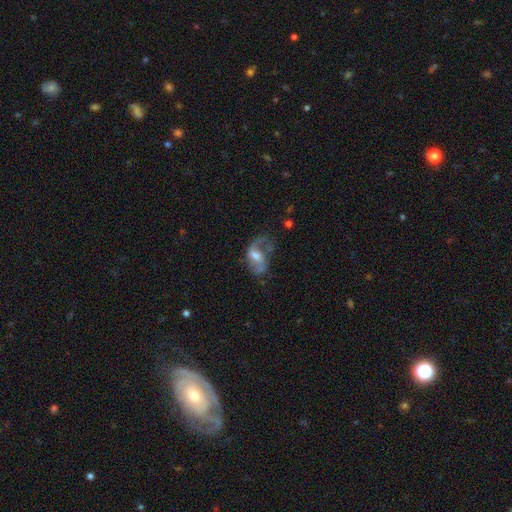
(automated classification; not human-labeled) Q: Smooth or featured?
A: featured or disk (71%); runner-up: smooth (22%)
Q: Edge-on disk?
A: no (96%); runner-up: yes (4%)
Q: Bar?
A: weak (50%); runner-up: no (32%)
Q: Spiral arms?
A: yes (82%); runner-up: no (18%)
Q: Spiral winding?
A: loose (57%); runner-up: medium (34%)
Q: Spiral arm count?
A: 2 (68%); runner-up: 1 (20%)
Q: Bulge size?
A: moderate (53%); runner-up: small (26%)
Q: Merging?
A: none (41%); runner-up: major disturbance (33%)